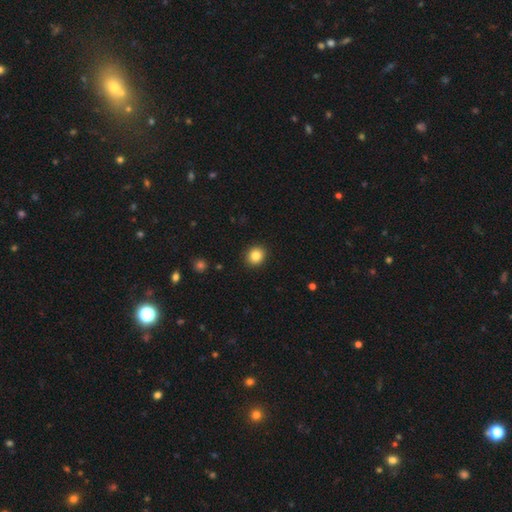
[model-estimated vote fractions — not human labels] This appears to be a smooth galaxy with no disk features (85%) that is round (77%). Merging: none (91%).